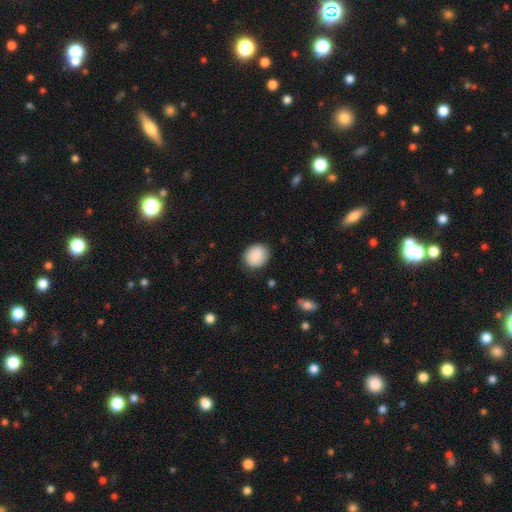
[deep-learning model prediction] Smooth or featured? Predicted: smooth (p=0.89). How rounded? Predicted: round (p=0.65). Merging? Predicted: none (p=0.85).